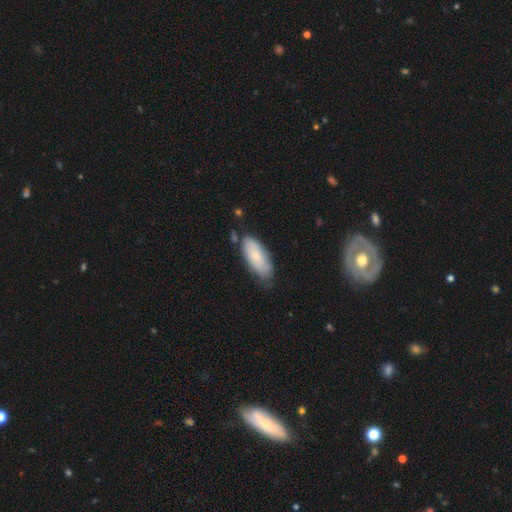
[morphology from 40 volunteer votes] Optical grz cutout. It shows a smooth galaxy with no disk features (62%) that is in between round and cigar-shaped (76%). Merging: none (51%).